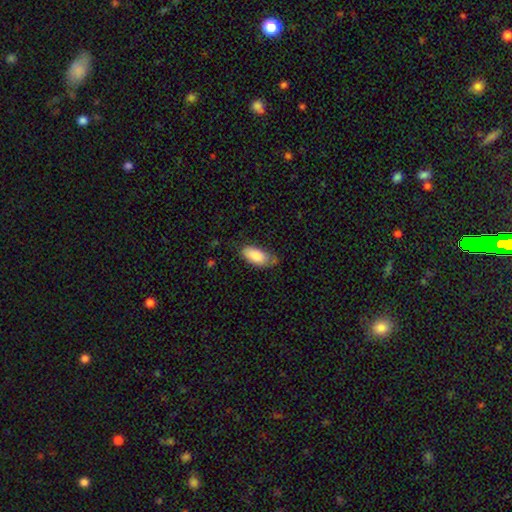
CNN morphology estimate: The model was most divided on "merging": none: 64%, minor disturbance: 28%, major disturbance: 5%, merger: 3%. More confident: how rounded — in between (90%); smooth or featured — smooth (88%).